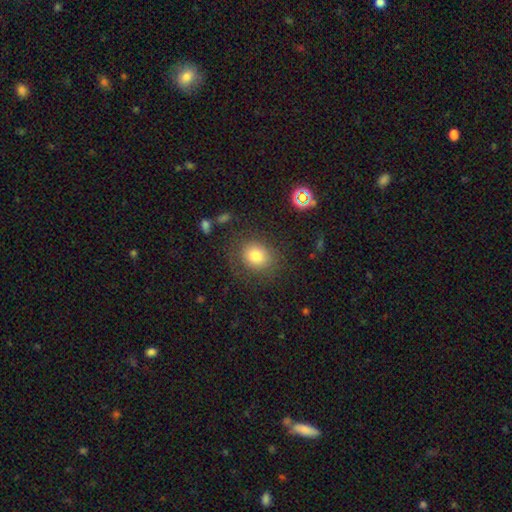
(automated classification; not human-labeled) This is likely a smooth galaxy (78%). How rounded: likely round (69%). Merging: likely none (77%).